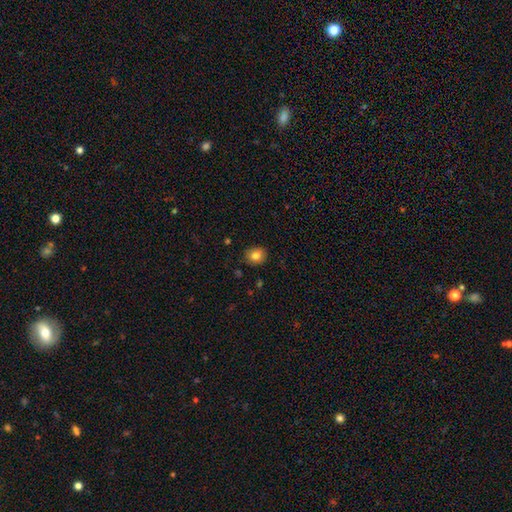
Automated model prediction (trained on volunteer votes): Overall: smooth (82%). How rounded: round (66%; in between 33%). Merging: none (86%).